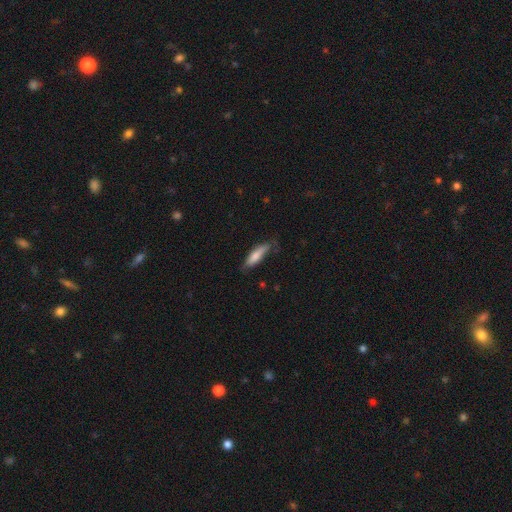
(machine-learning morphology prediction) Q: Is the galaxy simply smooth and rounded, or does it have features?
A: smooth — 77%.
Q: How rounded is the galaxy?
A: cigar-shaped — 64%.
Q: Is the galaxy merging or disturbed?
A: none — 63%.